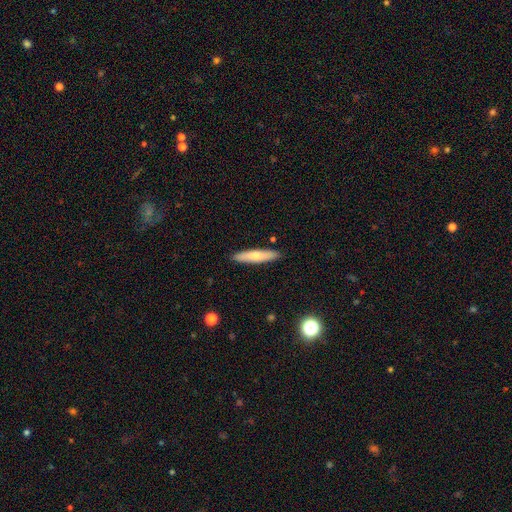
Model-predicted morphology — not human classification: A smooth galaxy with no disk features (70%) that is cigar-shaped (84%).

Vote fractions:
- Smooth or featured? smooth: 70% / featured or disk: 25% / star or artifact: 5%
- How rounded? cigar-shaped: 84% / in between: 14% / round: 1%
- Merging? none: 90% / minor disturbance: 7% / major disturbance: 1% / merger: 1%